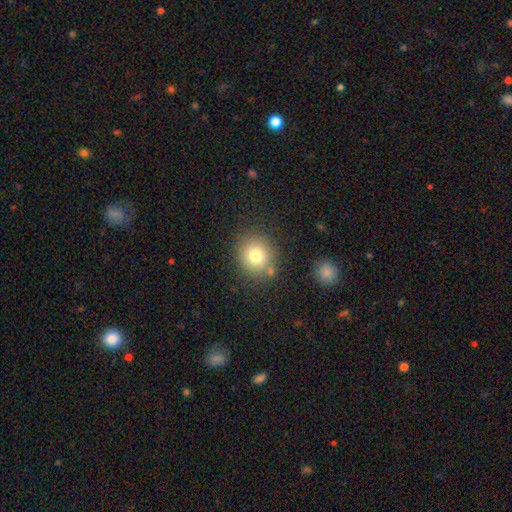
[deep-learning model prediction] This is likely a smooth galaxy (77%). How rounded: clearly round (87%). Merging: likely none (79%).